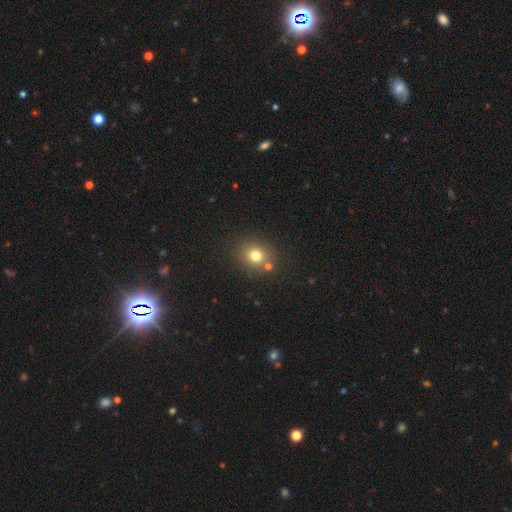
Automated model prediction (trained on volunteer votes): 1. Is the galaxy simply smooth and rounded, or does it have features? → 76% smooth, 15% star or artifact, 9% featured or disk.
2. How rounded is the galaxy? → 73% round, 26% in between, 1% cigar-shaped.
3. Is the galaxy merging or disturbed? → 76% none, 11% merger, 10% minor disturbance, 3% major disturbance.